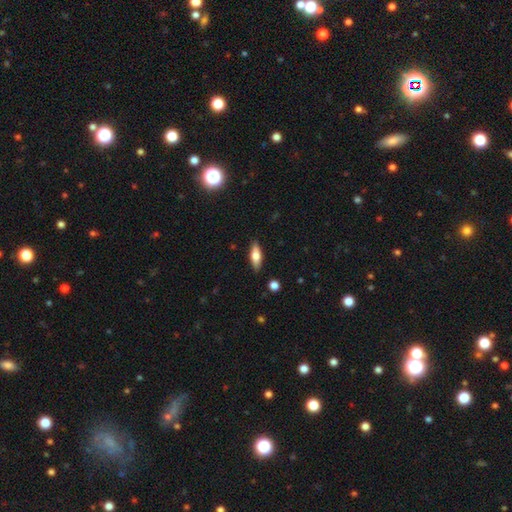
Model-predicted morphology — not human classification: The model was most divided on "how rounded": in between: 58%, cigar-shaped: 39%, round: 3%. More confident: merging — none (87%); smooth or featured — smooth (63%).